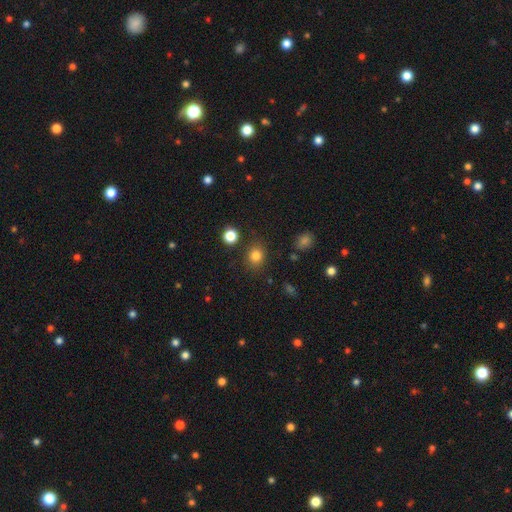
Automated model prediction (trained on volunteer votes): Overall: smooth (82%). How rounded: round (74%). Merging: none (84%).